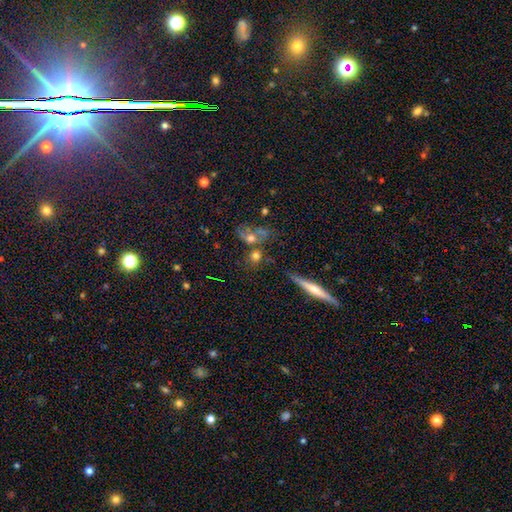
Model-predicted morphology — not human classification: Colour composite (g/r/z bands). It shows a smooth galaxy with no disk features (63%) that is round (69%). Merging: none (49%).